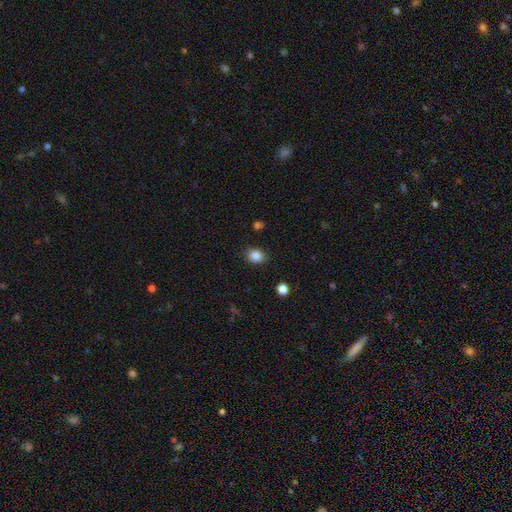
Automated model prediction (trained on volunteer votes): A smooth galaxy with no disk features (85%) that is in between round and cigar-shaped (56%).

Vote fractions:
- Smooth or featured? smooth: 85% / star or artifact: 10% / featured or disk: 5%
- How rounded? in between: 56% / round: 43% / cigar-shaped: 1%
- Merging? none: 85% / minor disturbance: 10% / major disturbance: 3% / merger: 2%